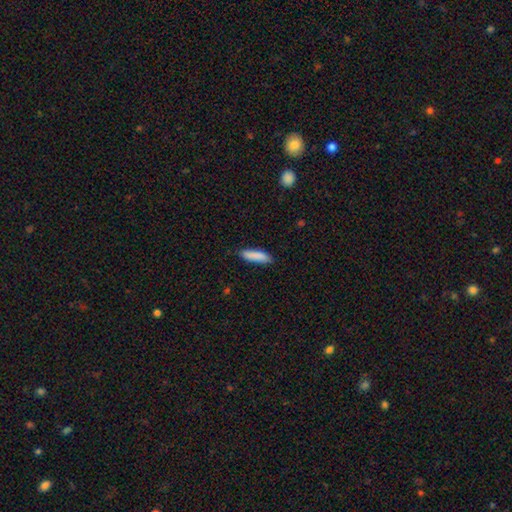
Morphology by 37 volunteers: This appears to be a smooth galaxy with no disk features (89%) that is cigar-shaped (67%). Merging: none (92%).